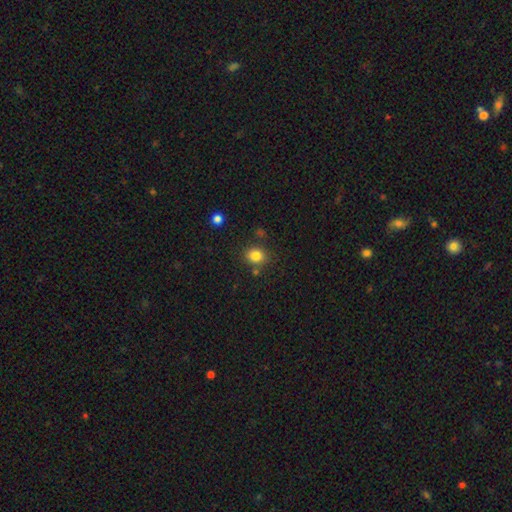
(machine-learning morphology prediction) A smooth galaxy with no disk features (83%) that is round (60%).

Vote fractions:
- Smooth or featured? smooth: 83% / star or artifact: 11% / featured or disk: 6%
- How rounded? round: 60% / in between: 39% / cigar-shaped: 1%
- Merging? none: 78% / minor disturbance: 11% / merger: 7% / major disturbance: 3%